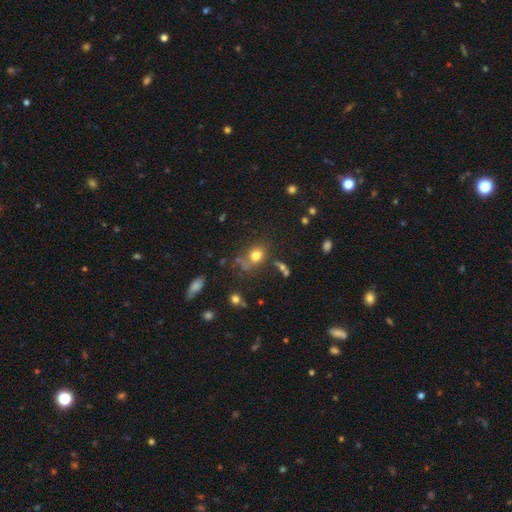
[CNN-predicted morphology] A smooth galaxy with no disk features (75%) that is round (56%).

Vote fractions:
- Smooth or featured? smooth: 75% / star or artifact: 15% / featured or disk: 10%
- How rounded? round: 56% / in between: 43% / cigar-shaped: 2%
- Merging? none: 56% / minor disturbance: 20% / merger: 12% / major disturbance: 12%